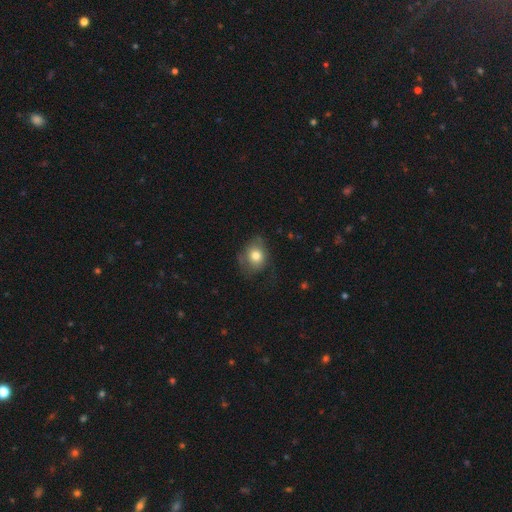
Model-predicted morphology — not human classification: smooth 74%, featured or disk 17%, star or artifact 9%. Down the decision tree: how rounded — round (57%); merging — none (56%).